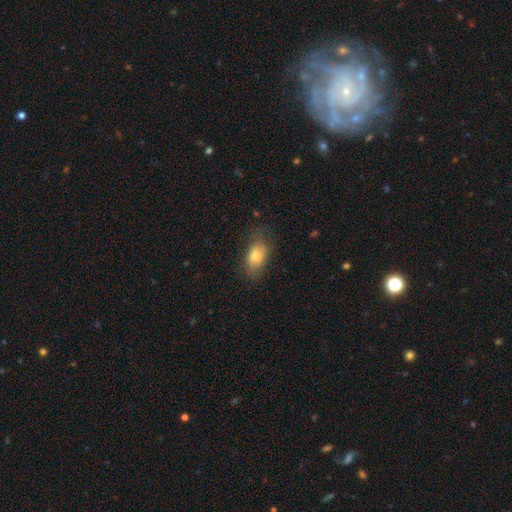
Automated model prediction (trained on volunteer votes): Morphology: type=smooth (77%); roundness=in between (86%); merging=none (69%).